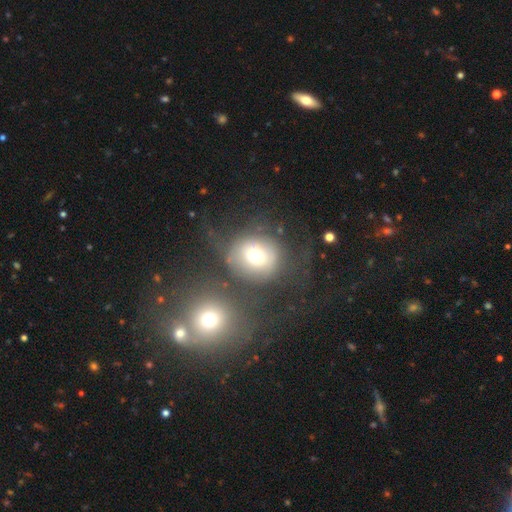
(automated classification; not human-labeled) Smooth or featured? Predicted: smooth (p=0.65). How rounded? Predicted: round (p=0.82). Merging? Predicted: none (p=0.51).